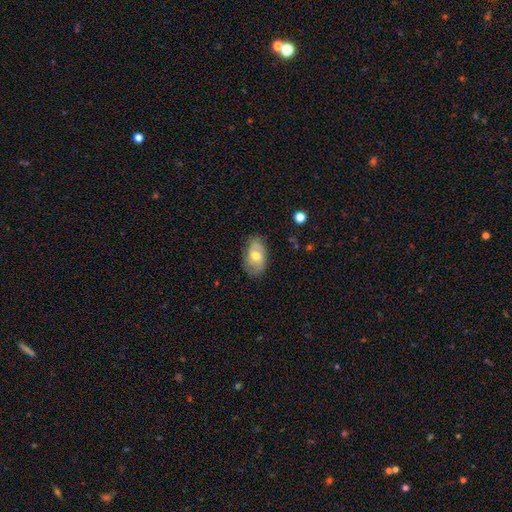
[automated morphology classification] A smooth galaxy with no disk features (53%) that is in between round and cigar-shaped (89%).

Vote fractions:
- Smooth or featured? smooth: 53% / featured or disk: 40% / star or artifact: 7%
- How rounded? in between: 89% / round: 9% / cigar-shaped: 2%
- Merging? none: 72% / minor disturbance: 21% / major disturbance: 6% / merger: 1%